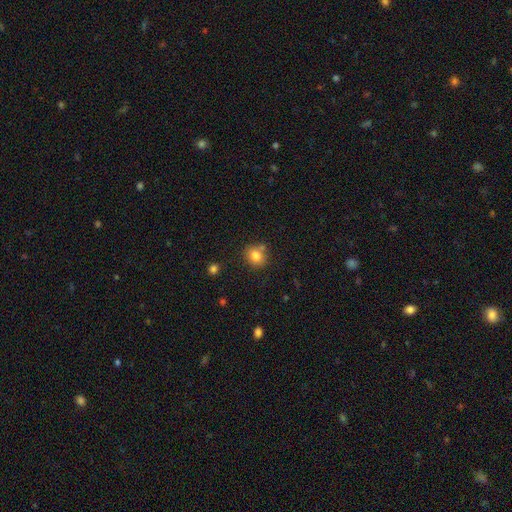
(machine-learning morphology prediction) Smooth or featured? Predicted: smooth (p=0.81). How rounded? Predicted: round (p=0.75). Merging? Predicted: none (p=0.73).